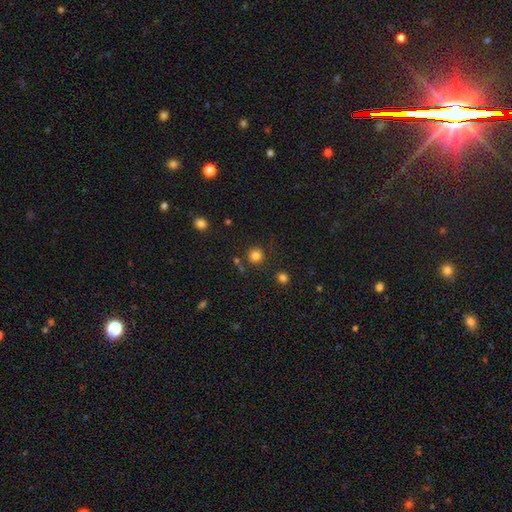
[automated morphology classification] This is clearly a smooth galaxy (81%). How rounded: clearly round (93%). Merging: clearly none (81%).